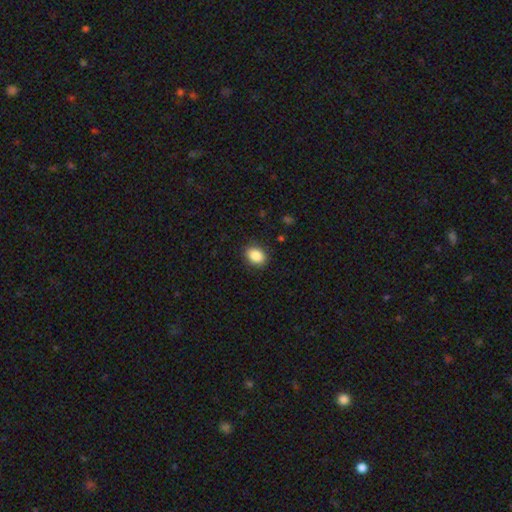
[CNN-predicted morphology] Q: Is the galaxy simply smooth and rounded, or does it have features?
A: smooth — 88%.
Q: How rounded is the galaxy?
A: in between — 66%.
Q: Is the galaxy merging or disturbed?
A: none — 88%.